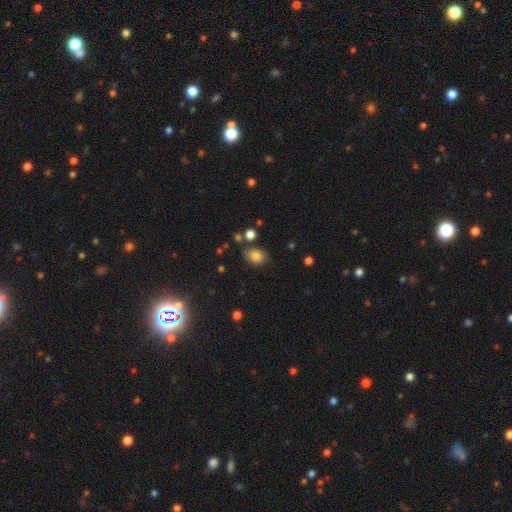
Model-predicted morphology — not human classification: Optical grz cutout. It shows a smooth galaxy with no disk features (83%) that is in between round and cigar-shaped (67%). Merging: none (75%).